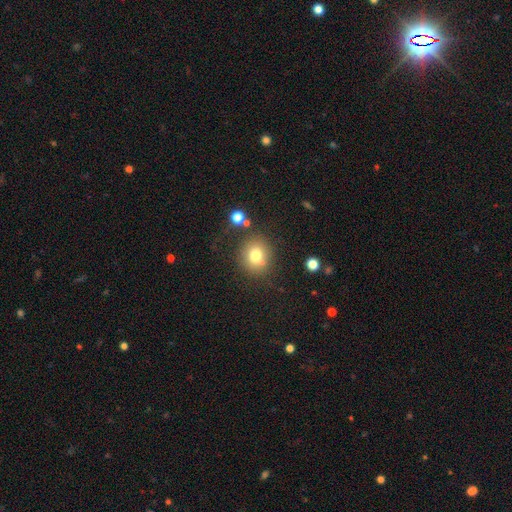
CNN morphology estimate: A smooth galaxy with no disk features (75%) that is round (82%). Merging: none (72%).